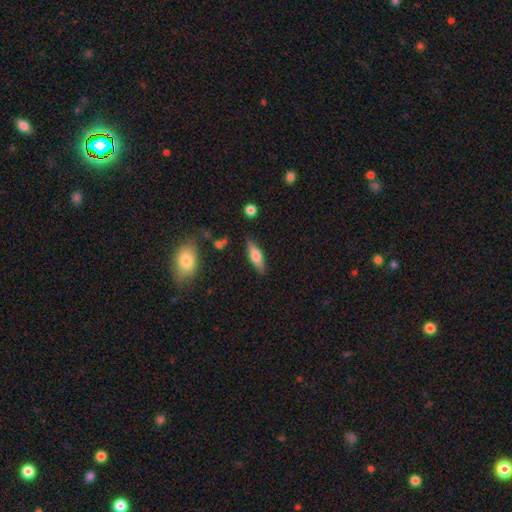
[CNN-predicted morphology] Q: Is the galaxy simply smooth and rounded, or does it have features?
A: smooth — 61%.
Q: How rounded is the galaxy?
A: in between — 49%.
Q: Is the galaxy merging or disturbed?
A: none — 84%.